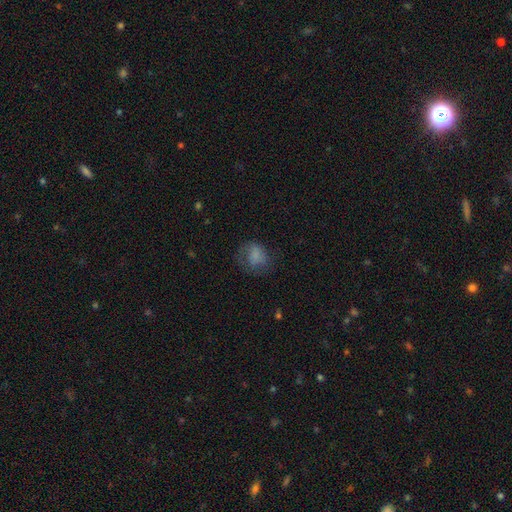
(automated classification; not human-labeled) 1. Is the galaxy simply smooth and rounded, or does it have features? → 70% smooth, 18% featured or disk, 11% star or artifact.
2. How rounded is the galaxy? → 60% round, 39% in between, 1% cigar-shaped.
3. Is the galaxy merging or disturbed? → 50% none, 25% minor disturbance, 24% major disturbance, 2% merger.